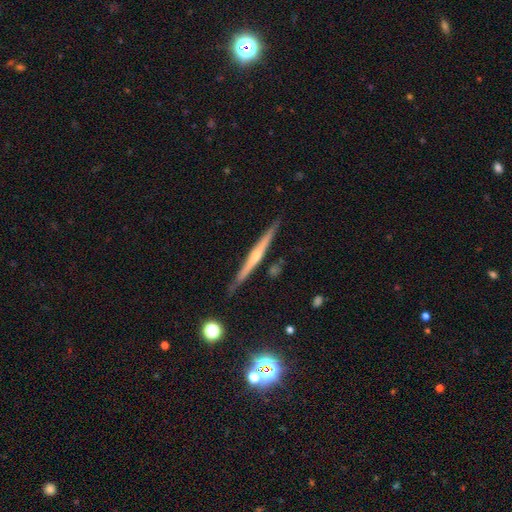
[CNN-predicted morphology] type=featured or disk (73%); edge-on=yes (98%); edge-on bulge=rounded (68%); merging=none (87%).